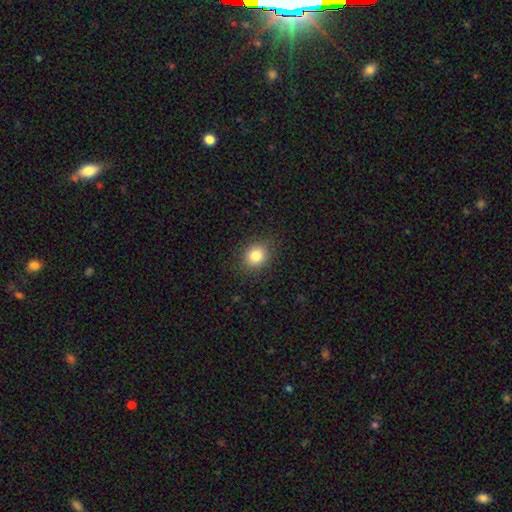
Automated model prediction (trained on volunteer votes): A smooth galaxy with no disk features (83%) that is round (72%). Merging: none (87%).